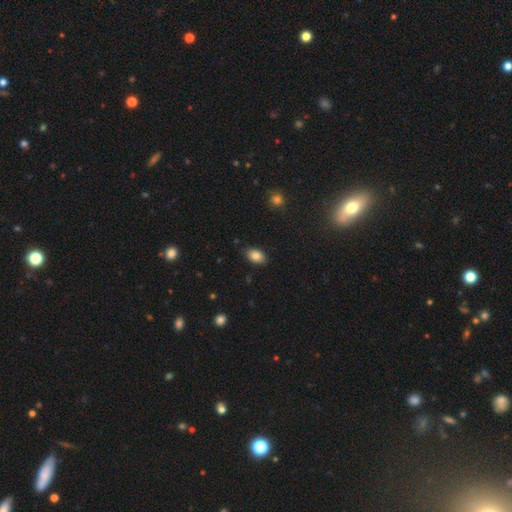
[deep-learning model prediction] A smooth galaxy with no disk features (85%) that is in between round and cigar-shaped (88%).

Vote fractions:
- Smooth or featured? smooth: 85% / star or artifact: 9% / featured or disk: 7%
- How rounded? in between: 88% / round: 10% / cigar-shaped: 1%
- Merging? none: 84% / minor disturbance: 12% / major disturbance: 2% / merger: 1%